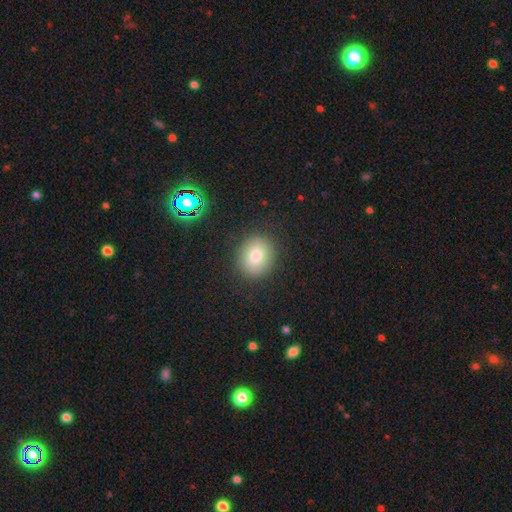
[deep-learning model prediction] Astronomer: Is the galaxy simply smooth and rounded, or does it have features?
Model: smooth — 78%.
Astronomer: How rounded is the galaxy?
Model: round — 71%.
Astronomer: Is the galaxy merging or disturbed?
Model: none — 88%.